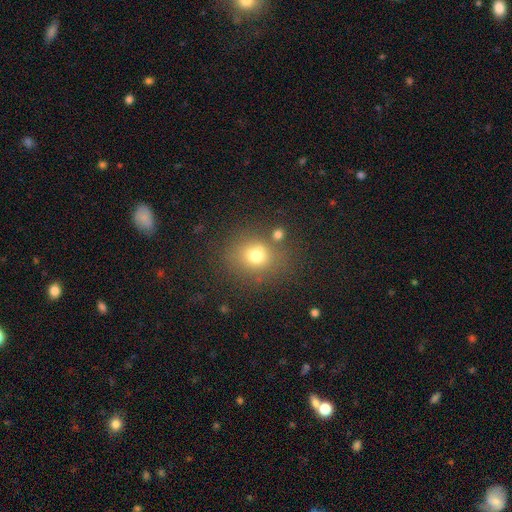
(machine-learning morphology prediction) A smooth galaxy with no disk features (71%) that is round (72%). Merging: none (66%).